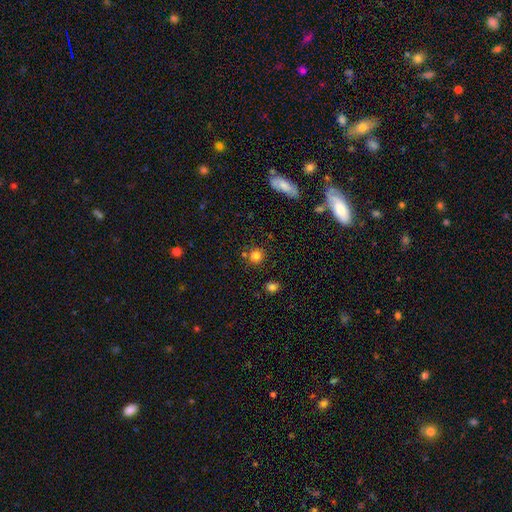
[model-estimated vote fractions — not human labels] A smooth galaxy with no disk features (80%) that is round (91%). Merging: none (78%).